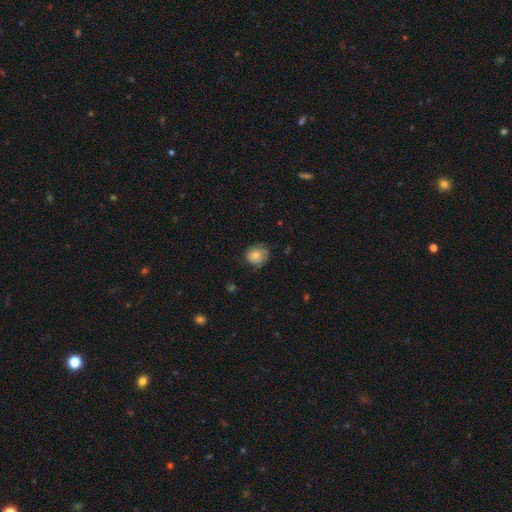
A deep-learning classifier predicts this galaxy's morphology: Q: Smooth or featured?
A: smooth (74%); runner-up: featured or disk (17%)
Q: How rounded?
A: round (75%); runner-up: in between (24%)
Q: Merging?
A: none (66%); runner-up: minor disturbance (26%)